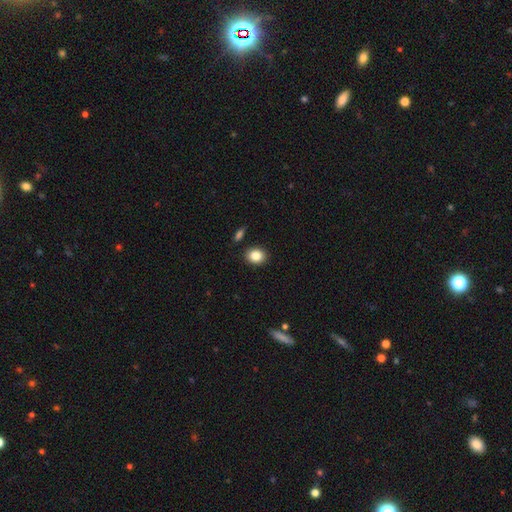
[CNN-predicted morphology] This appears to be a smooth galaxy with no disk features (86%) that is round (56%). Merging: none (88%).